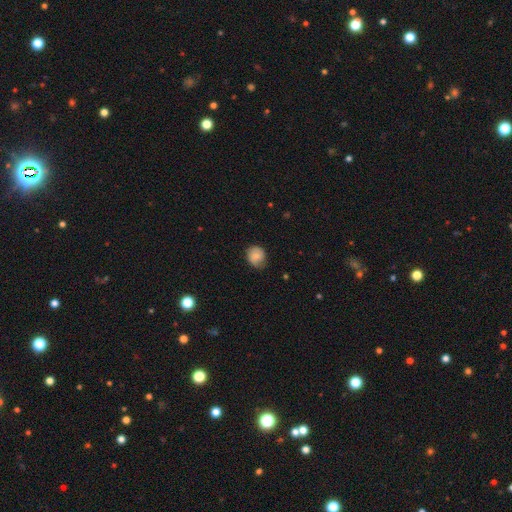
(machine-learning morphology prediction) smooth-or-featured: smooth: 69% | featured or disk: 22% | star or artifact: 9%
  how-rounded: round: 75% | in between: 24% | cigar-shaped: 1%
  merging: none: 70% | minor disturbance: 23% | major disturbance: 6% | merger: 1%